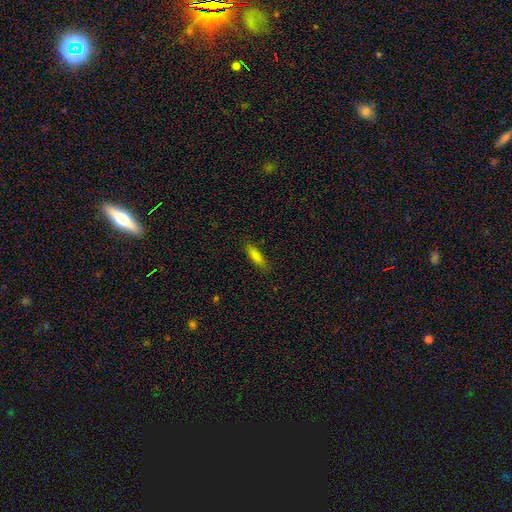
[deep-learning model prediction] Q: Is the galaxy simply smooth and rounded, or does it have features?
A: smooth — 83%.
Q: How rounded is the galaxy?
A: cigar-shaped — 56%.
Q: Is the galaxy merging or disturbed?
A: none — 85%.